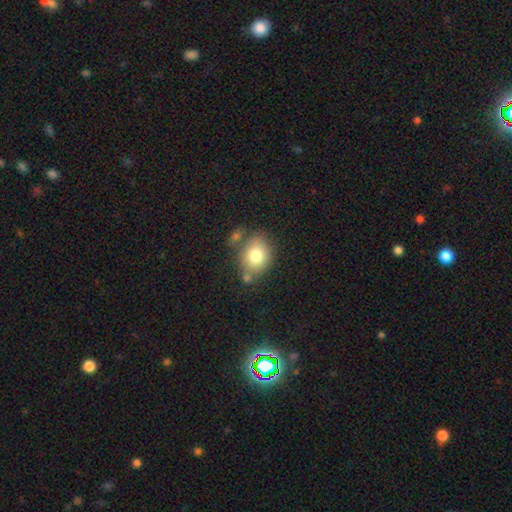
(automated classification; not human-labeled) Smooth or featured? smooth (78%)
How rounded? in between (53%)
Merging? none (63%)